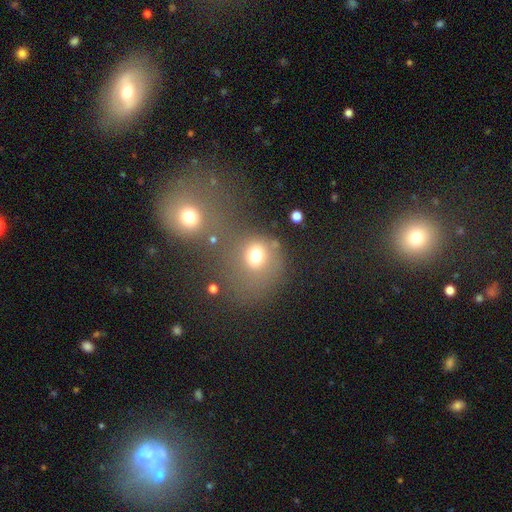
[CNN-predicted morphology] Smooth or featured: smooth — 69% (star or artifact — 18%)
How rounded: round — 74% (in between — 25%)
Merging: none — 43% (merger — 29%)